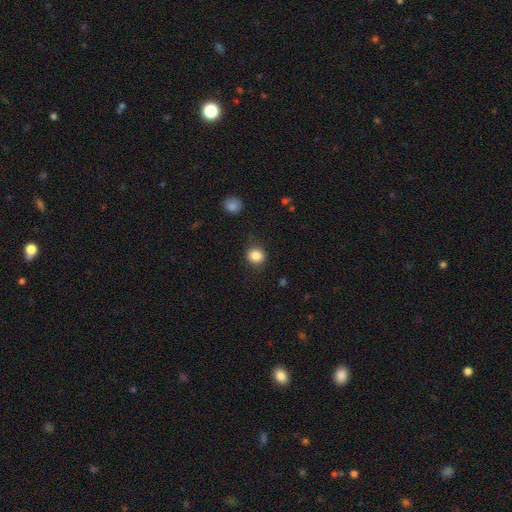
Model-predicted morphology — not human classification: smooth_or_featured: smooth (p=0.85) [alt: star or artifact p=0.11]
how_rounded: round (p=0.83) [alt: in between p=0.16]
merging: none (p=0.84) [alt: minor disturbance p=0.11]